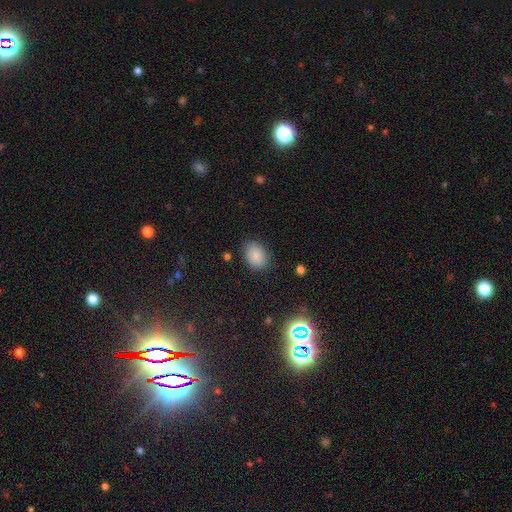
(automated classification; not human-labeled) Smooth or featured: smooth — 85% (star or artifact — 10%)
How rounded: in between — 73% (round — 26%)
Merging: none — 83% (minor disturbance — 12%)